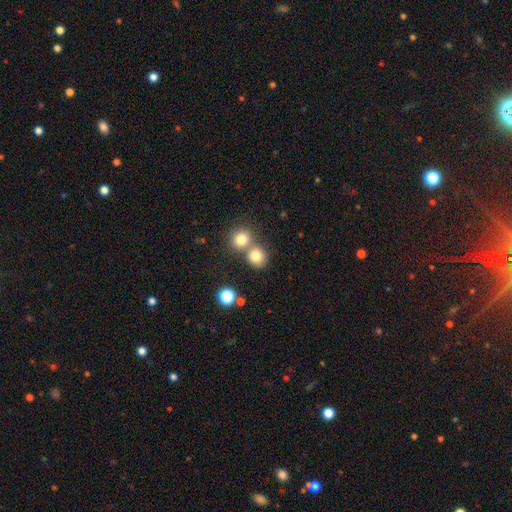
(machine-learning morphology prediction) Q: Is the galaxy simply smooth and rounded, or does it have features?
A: smooth — 79%.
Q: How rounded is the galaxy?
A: round — 79%.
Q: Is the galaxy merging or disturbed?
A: none — 47%.